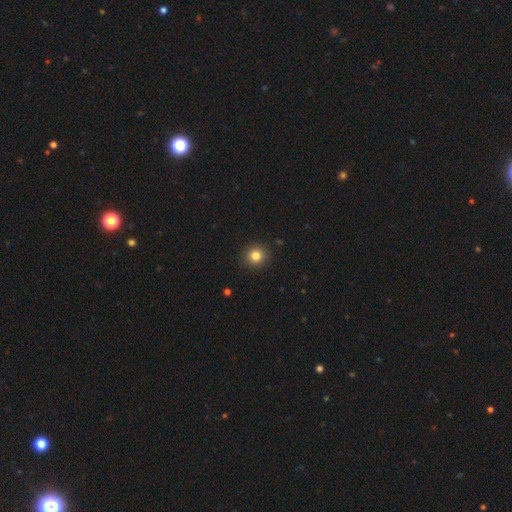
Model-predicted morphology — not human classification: Smooth or featured: smooth — 84% (star or artifact — 11%)
How rounded: round — 91% (in between — 8%)
Merging: none — 92% (minor disturbance — 6%)